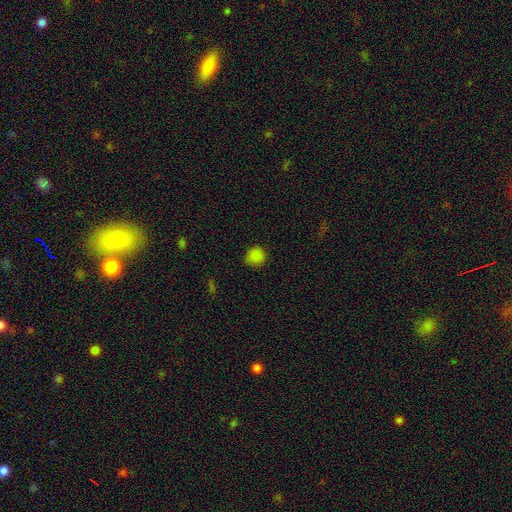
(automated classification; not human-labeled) This appears to be a smooth galaxy with no disk features (83%) that is round (87%). Merging: none (84%).